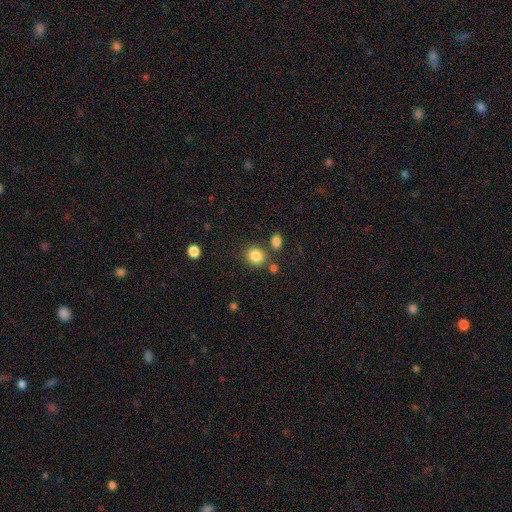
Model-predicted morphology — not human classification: smooth 85%, star or artifact 10%, featured or disk 5%. Down the decision tree: how rounded — round (77%); merging — none (75%).